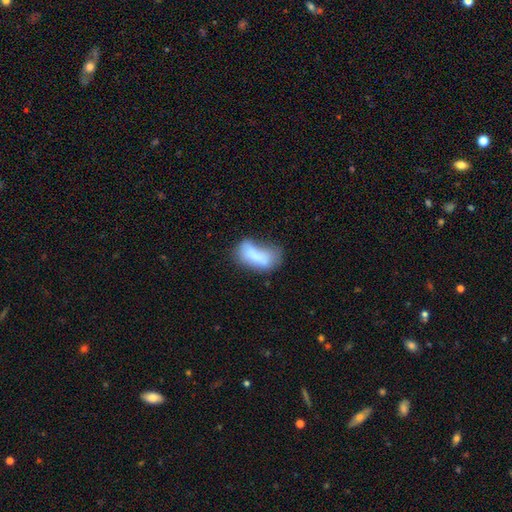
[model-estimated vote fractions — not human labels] This appears to be a smooth galaxy with no disk features (68%) that is in between round and cigar-shaped (86%). Merging: major disturbance (31%).